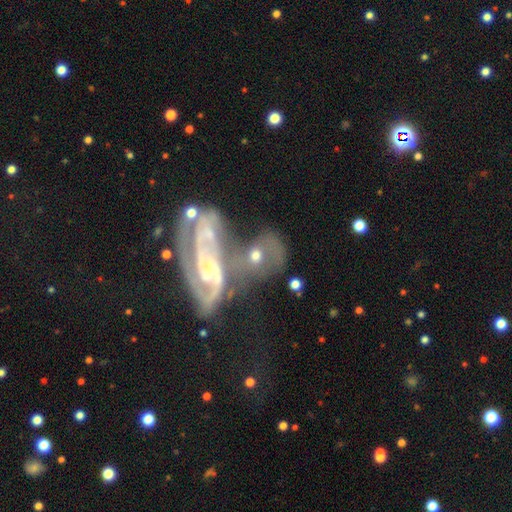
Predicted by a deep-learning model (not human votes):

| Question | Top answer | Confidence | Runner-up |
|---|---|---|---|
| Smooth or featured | featured or disk | 61% | smooth (30%) |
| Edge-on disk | no | 95% | yes (5%) |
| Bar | no | 65% | weak (26%) |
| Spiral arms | yes | 81% | no (19%) |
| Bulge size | small | 49% | moderate (38%) |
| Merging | merger | 57% | none (21%) |